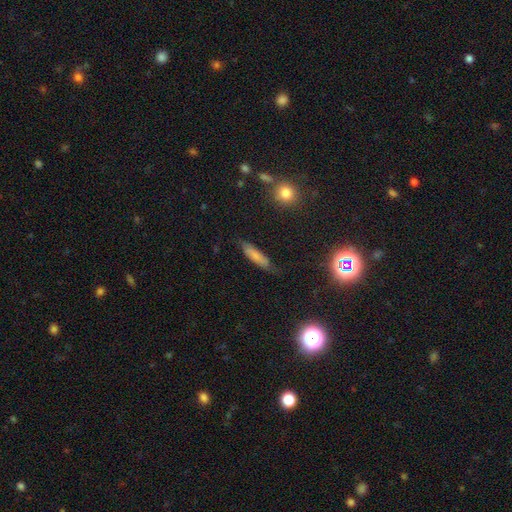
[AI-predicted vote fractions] Smooth or featured? smooth (71%)
How rounded? cigar-shaped (71%)
Merging? none (72%)